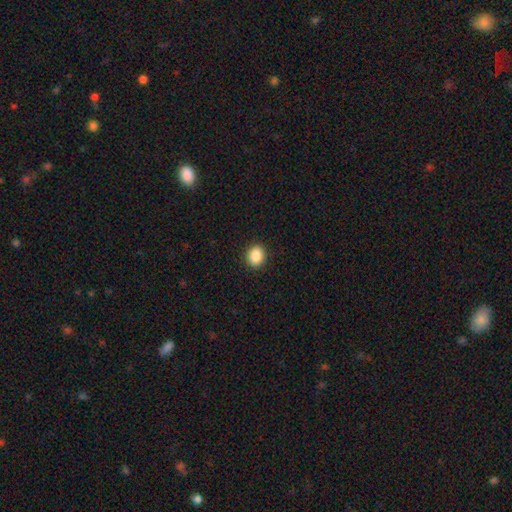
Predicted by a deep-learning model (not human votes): Morphology: type=smooth (88%); roundness=round (62%); merging=none (91%).